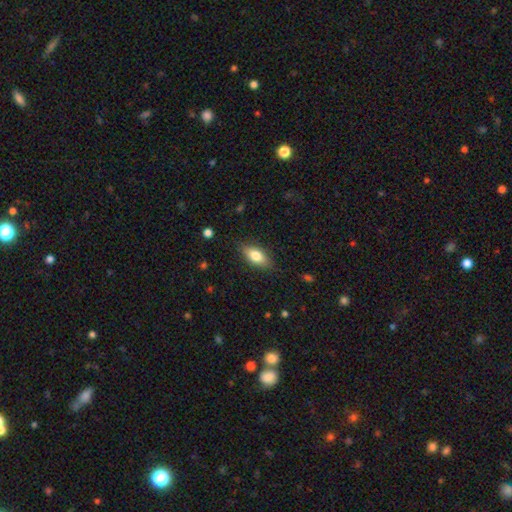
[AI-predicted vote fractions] smooth 77%, featured or disk 16%, star or artifact 7%. Down the decision tree: how rounded — in between (83%); merging — none (84%).